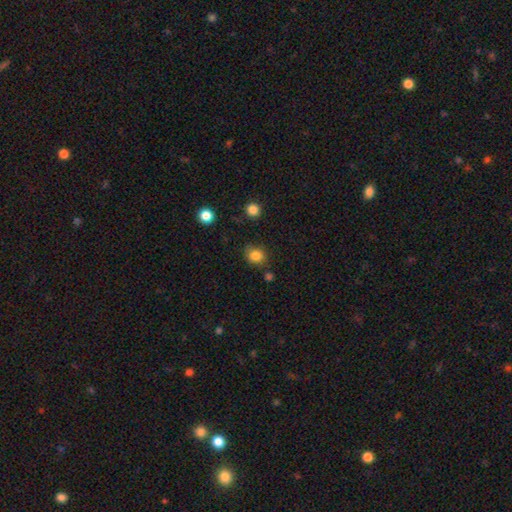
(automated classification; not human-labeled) Q: Smooth or featured?
A: smooth (84%); runner-up: star or artifact (12%)
Q: How rounded?
A: round (71%); runner-up: in between (28%)
Q: Merging?
A: none (76%); runner-up: minor disturbance (15%)